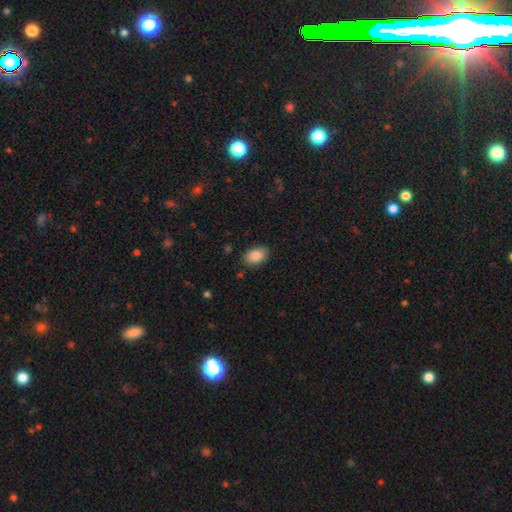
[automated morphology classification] smooth-or-featured: smooth: 87% | star or artifact: 7% | featured or disk: 5%
  how-rounded: in between: 87% | round: 12% | cigar-shaped: 1%
  merging: none: 85% | minor disturbance: 11% | major disturbance: 3% | merger: 1%